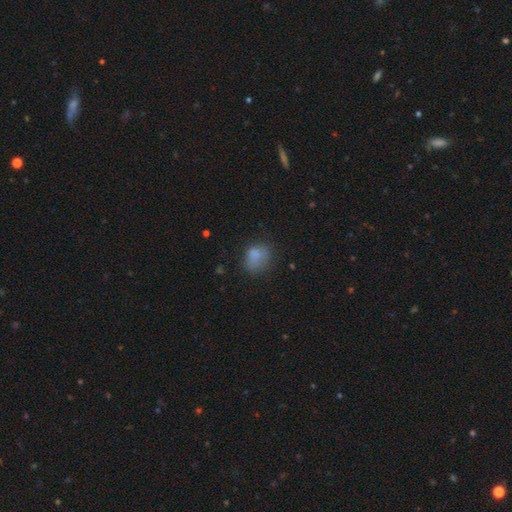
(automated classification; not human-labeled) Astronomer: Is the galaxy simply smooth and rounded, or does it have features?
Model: smooth — 75%.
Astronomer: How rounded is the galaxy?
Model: round — 53% (runner-up: in between, 46%).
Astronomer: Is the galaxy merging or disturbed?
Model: none — 55%.